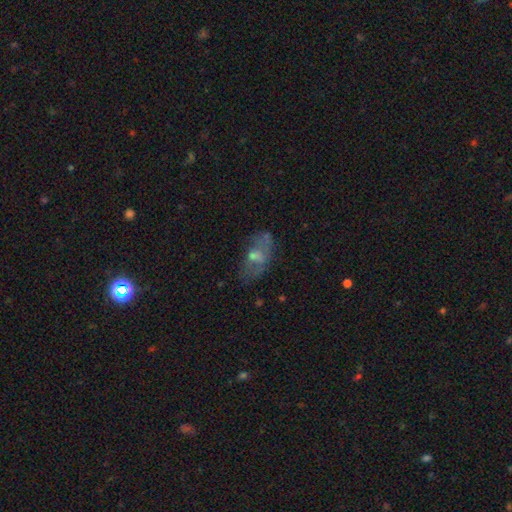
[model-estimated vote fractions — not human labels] Smooth or featured? featured or disk (48%)
Merging? none (57%)